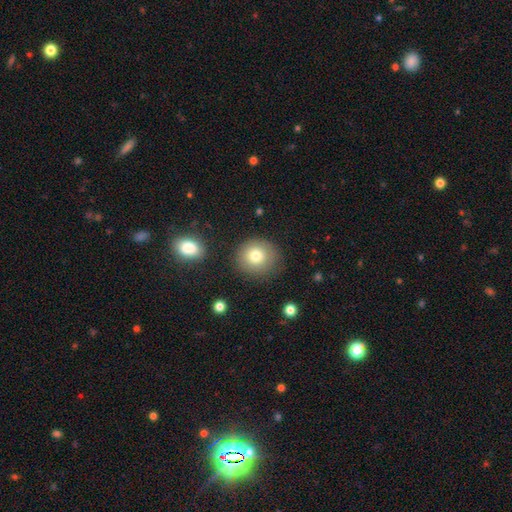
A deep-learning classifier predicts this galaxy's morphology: Smooth or featured?
  - smooth: 78% *
  - featured or disk: 12%
  - star or artifact: 10%
How rounded?
  - round: 85% *
  - in between: 15%
  - cigar-shaped: 1%
Merging?
  - none: 82% *
  - minor disturbance: 11%
  - major disturbance: 4%
  - merger: 3%